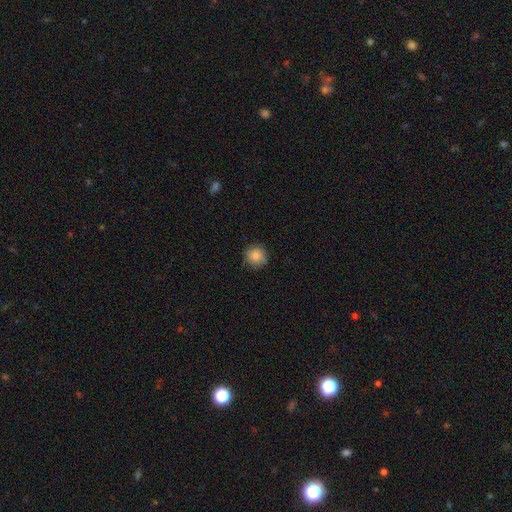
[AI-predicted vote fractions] Overall: smooth (86%). How rounded: round (92%). Merging: none (82%).